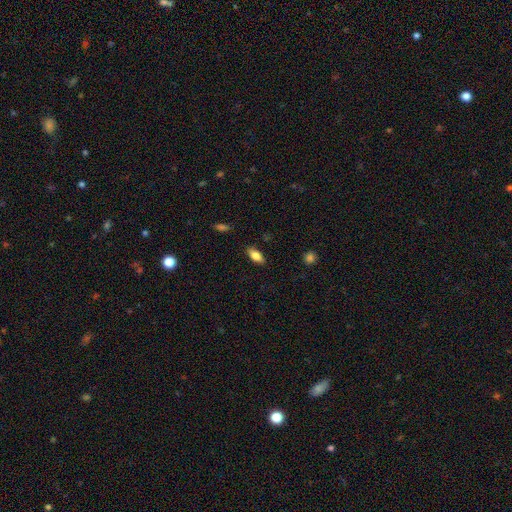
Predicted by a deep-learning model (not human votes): Morphology: type=smooth (79%); roundness=in between (83%); merging=none (86%).